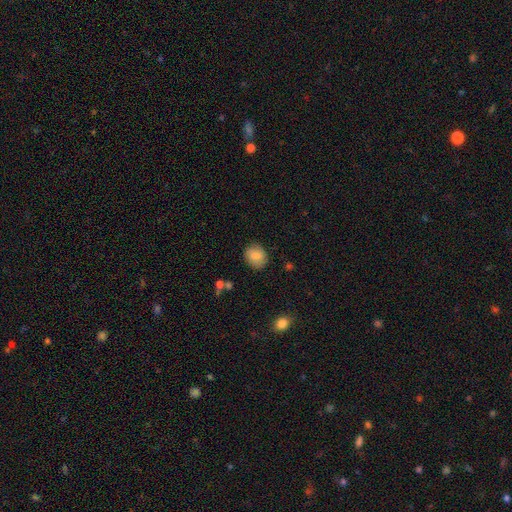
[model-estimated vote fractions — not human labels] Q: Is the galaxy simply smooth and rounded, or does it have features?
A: smooth — 84%.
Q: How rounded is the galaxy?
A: round — 63%.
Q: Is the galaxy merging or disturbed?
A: none — 85%.